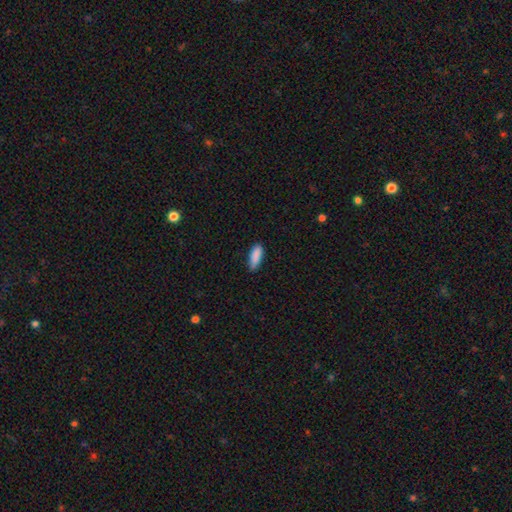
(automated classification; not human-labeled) smooth_or_featured: smooth (p=0.88) [alt: star or artifact p=0.07]
how_rounded: in between (p=0.63) [alt: cigar-shaped p=0.36]
merging: none (p=0.73) [alt: minor disturbance p=0.22]